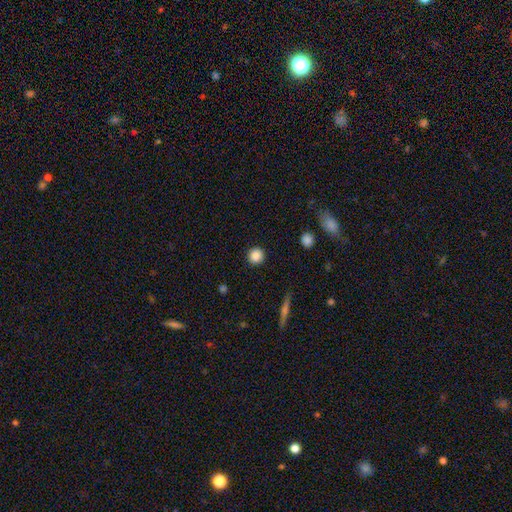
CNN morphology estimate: A smooth galaxy with no disk features (87%) that is round (95%). Merging: none (92%).